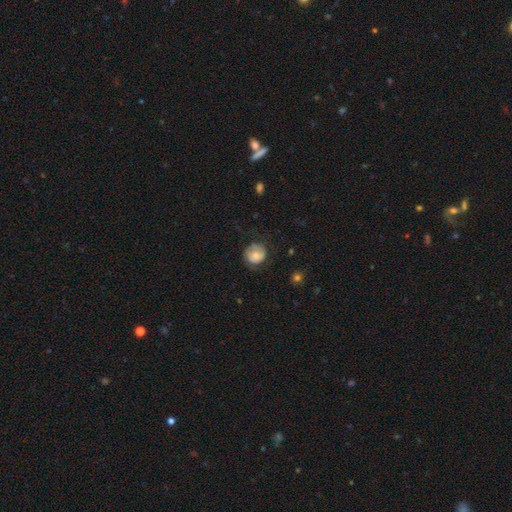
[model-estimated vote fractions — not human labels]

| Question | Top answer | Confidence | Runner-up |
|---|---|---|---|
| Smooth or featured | smooth | 68% | featured or disk (24%) |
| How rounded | round | 80% | in between (19%) |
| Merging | none | 61% | minor disturbance (27%) |